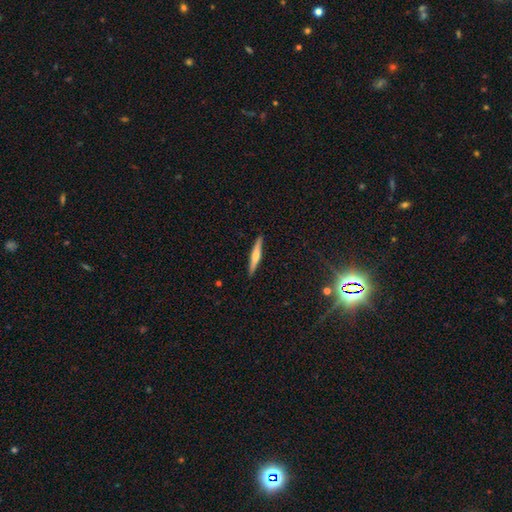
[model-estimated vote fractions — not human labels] Smooth or featured? featured or disk (49%)
Merging? none (91%)